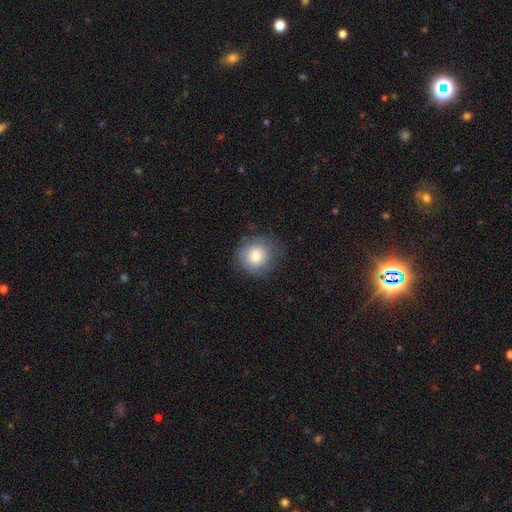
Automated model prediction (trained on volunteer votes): This appears to be a smooth galaxy with no disk features (78%) that is round (89%). Merging: none (77%).